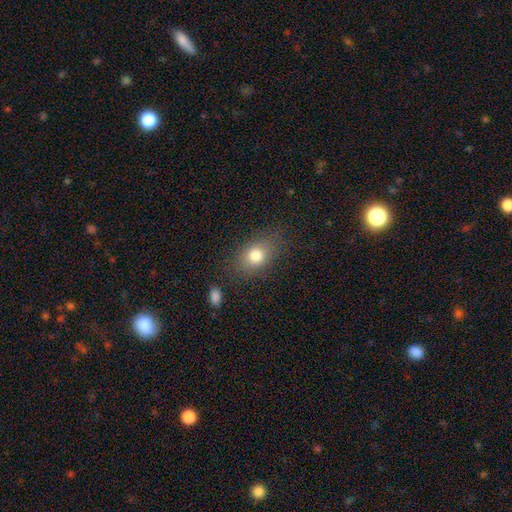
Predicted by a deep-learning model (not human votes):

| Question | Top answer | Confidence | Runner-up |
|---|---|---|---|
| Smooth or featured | smooth | 78% | featured or disk (11%) |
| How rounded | in between | 68% | round (29%) |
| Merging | none | 76% | minor disturbance (15%) |